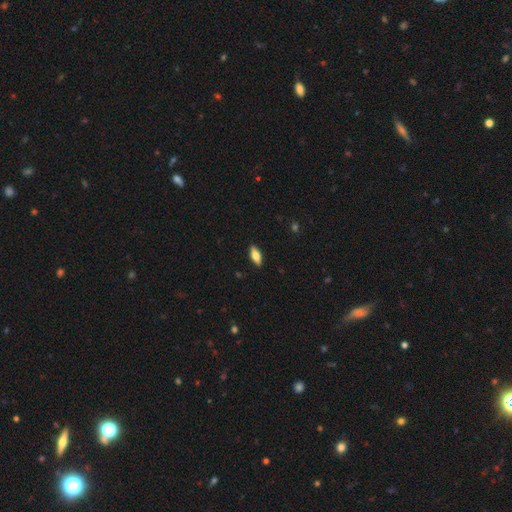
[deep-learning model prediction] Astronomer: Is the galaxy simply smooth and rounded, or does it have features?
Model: smooth — 61%.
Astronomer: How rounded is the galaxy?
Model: in between — 71%.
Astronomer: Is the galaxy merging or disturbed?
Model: none — 89%.